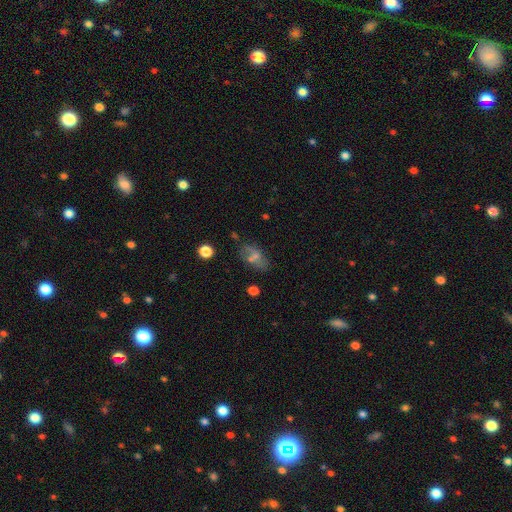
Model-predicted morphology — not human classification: This appears to be a smooth galaxy with no disk features (43%). Merging: none (61%).